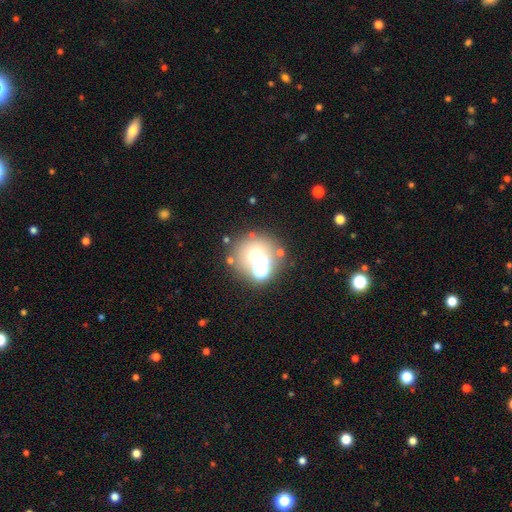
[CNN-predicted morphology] Smooth or featured: smooth — 45% (star or artifact — 28%)
Merging: none — 51% (merger — 30%)